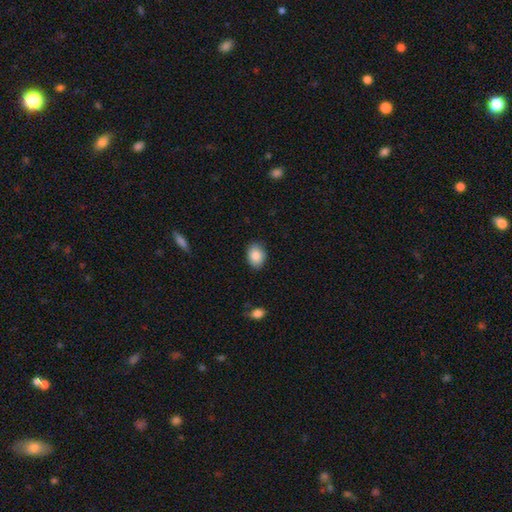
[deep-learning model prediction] Q: Smooth or featured?
A: smooth (87%); runner-up: star or artifact (8%)
Q: How rounded?
A: in between (71%); runner-up: round (28%)
Q: Merging?
A: none (86%); runner-up: minor disturbance (10%)